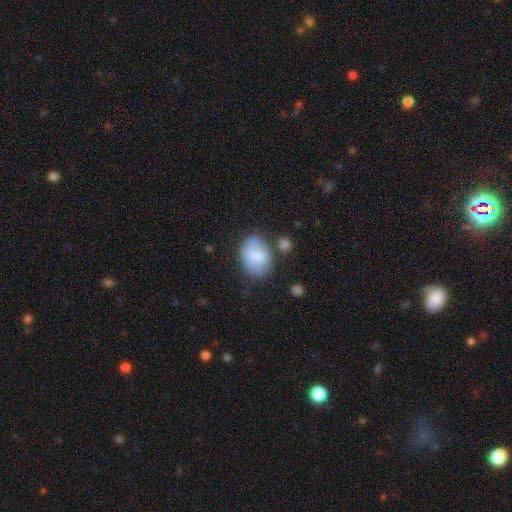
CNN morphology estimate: Smooth or featured? smooth (74%)
How rounded? in between (77%)
Merging? none (58%)